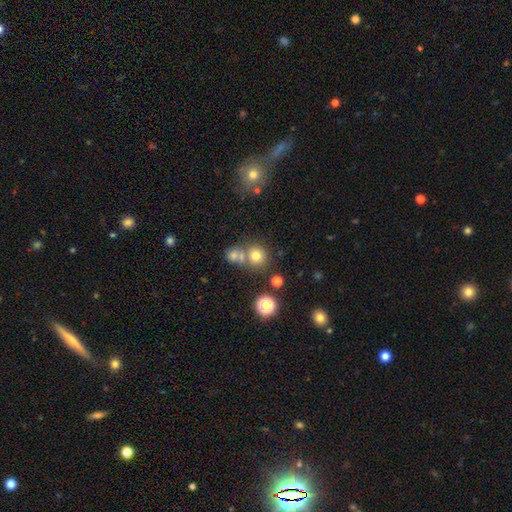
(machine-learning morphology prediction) This is likely a smooth galaxy (73%). How rounded: clearly round (88%). Merging: likely none (62%).